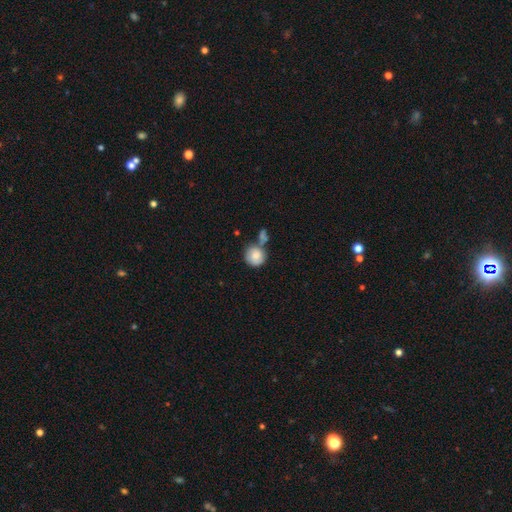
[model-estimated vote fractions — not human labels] smooth 79%, featured or disk 14%, star or artifact 7%. Down the decision tree: how rounded — round (88%); merging — none (43%).